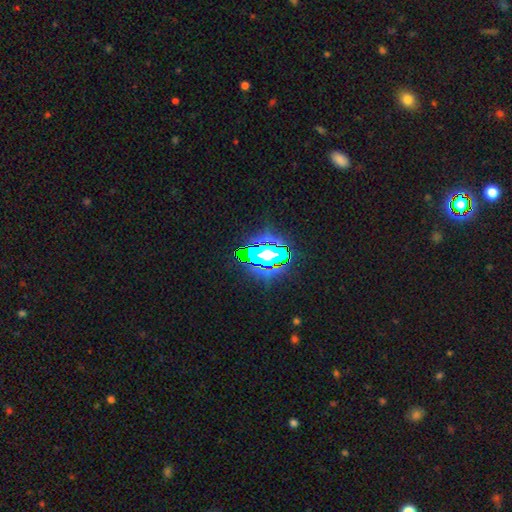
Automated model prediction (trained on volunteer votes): A star or artifact, not a galaxy (75%).